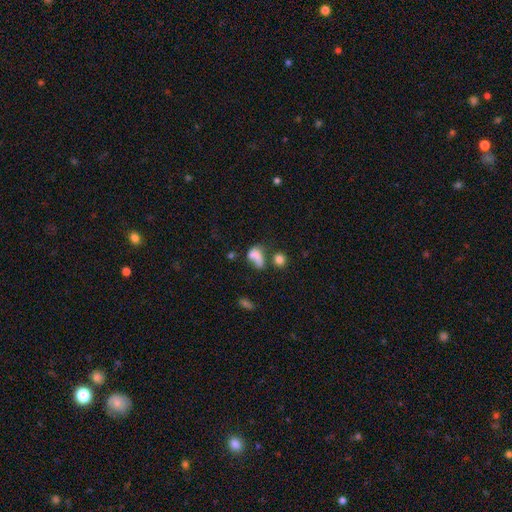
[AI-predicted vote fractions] smooth 66%, featured or disk 20%, star or artifact 14%. Down the decision tree: how rounded — in between (73%); merging — merger (31%).